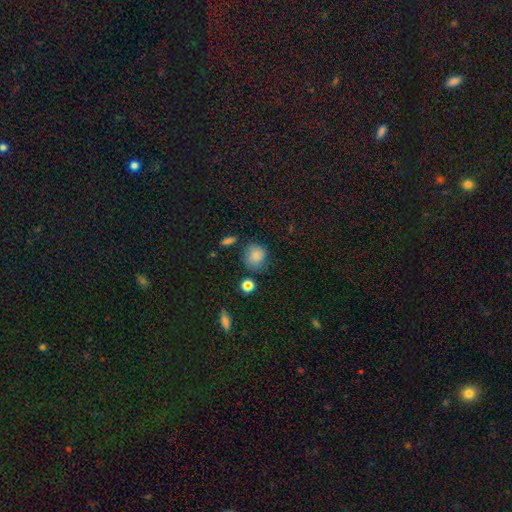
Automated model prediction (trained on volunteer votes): A smooth galaxy with no disk features (84%) that is round (81%). Merging: none (68%).